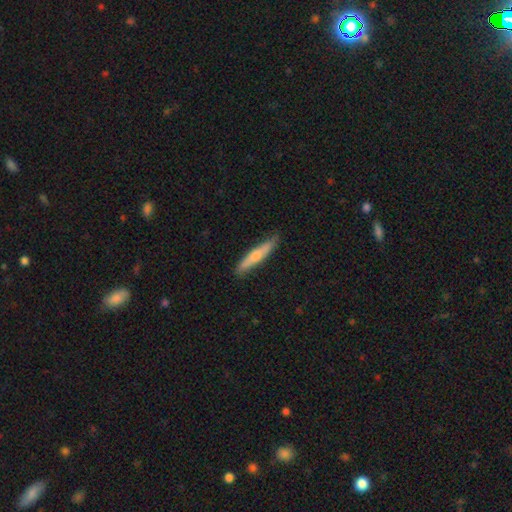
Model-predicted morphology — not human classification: Smooth or featured? Predicted: smooth (p=0.62). How rounded? Predicted: cigar-shaped (p=0.91). Merging? Predicted: none (p=0.84).